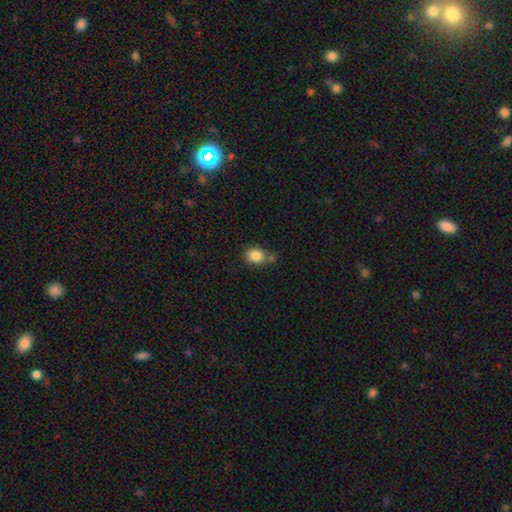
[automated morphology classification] The model was most divided on "how rounded": in between: 54%, round: 45%, cigar-shaped: 1%. More confident: smooth or featured — smooth (85%); merging — none (56%).